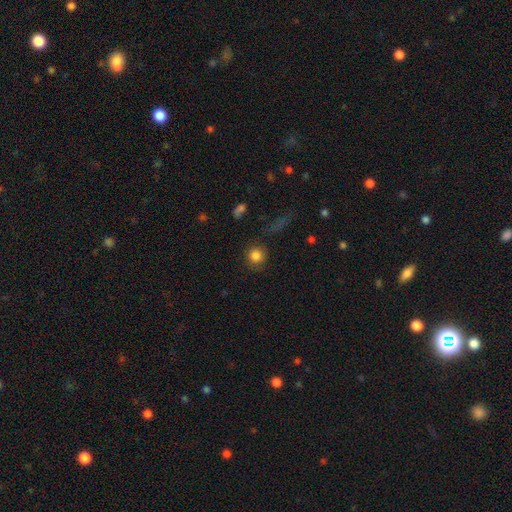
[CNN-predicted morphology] The model was most divided on "smooth or featured": smooth: 84%, star or artifact: 11%, featured or disk: 6%. More confident: how rounded — round (92%); merging — none (84%).